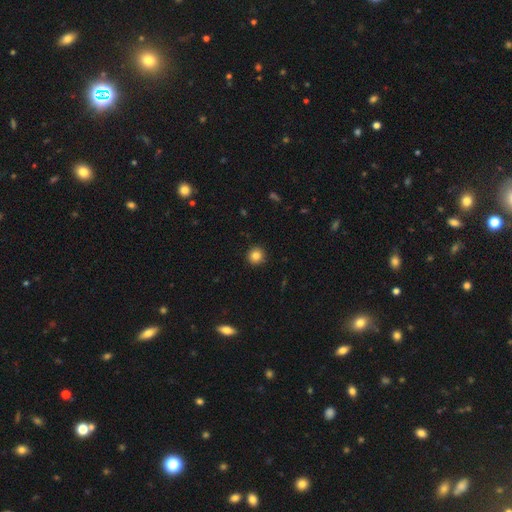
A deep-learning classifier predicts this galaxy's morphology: A smooth galaxy with no disk features (85%) that is round (94%).

Vote fractions:
- Smooth or featured? smooth: 85% / star or artifact: 11% / featured or disk: 5%
- How rounded? round: 94% / in between: 5% / cigar-shaped: 1%
- Merging? none: 92% / minor disturbance: 5% / major disturbance: 2% / merger: 1%